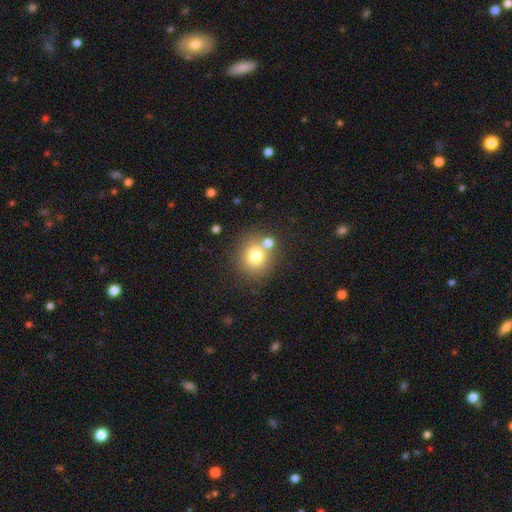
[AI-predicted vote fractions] Morphology: type=smooth (75%); roundness=round (84%); merging=none (67%).